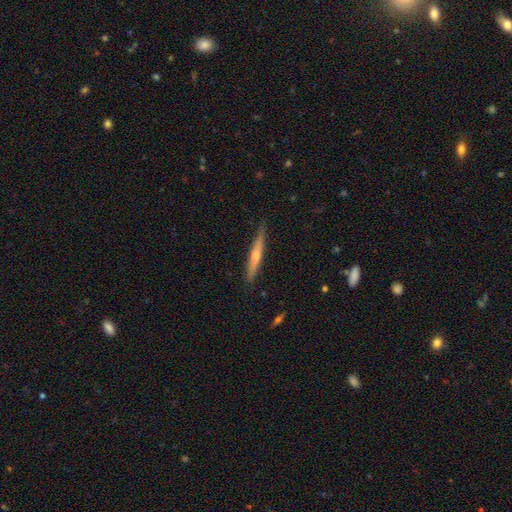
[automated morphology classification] This appears to be a featured or disk galaxy (53%) viewed edge-on (96%) with a rounded central bulge (68%). Merging: none (83%).